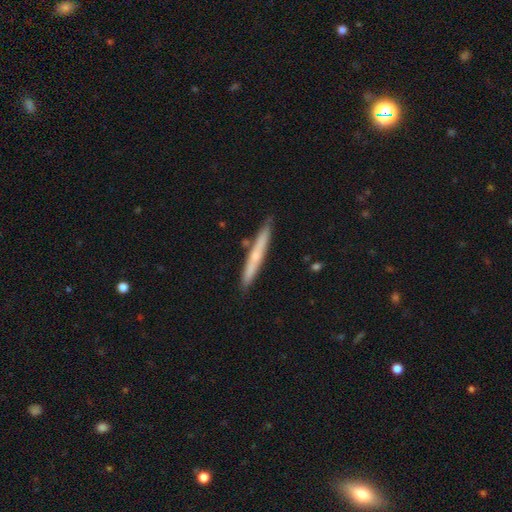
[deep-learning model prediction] smooth_or_featured: smooth (p=0.49) [alt: featured or disk p=0.45]
merging: none (p=0.85) [alt: minor disturbance p=0.10]